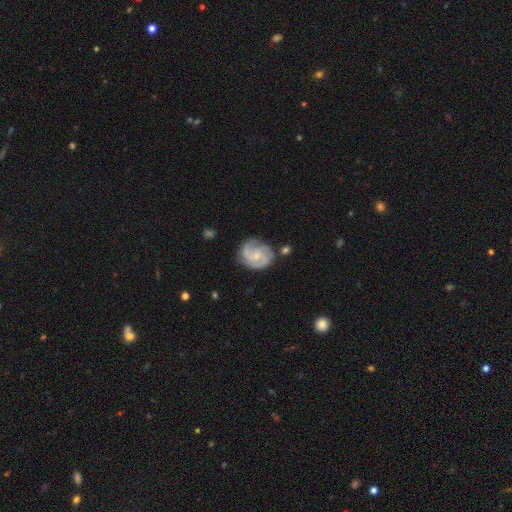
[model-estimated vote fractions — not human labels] Smooth or featured? Predicted: featured or disk (p=0.87). Edge-on disk? Predicted: no (p=0.98). Bar? Predicted: no (p=0.63). Spiral arms? Predicted: yes (p=0.98). Spiral winding? Predicted: tight (p=0.48). Spiral arm count? Predicted: 3 (p=0.43). Bulge size? Predicted: small (p=0.67). Merging? Predicted: none (p=0.73).